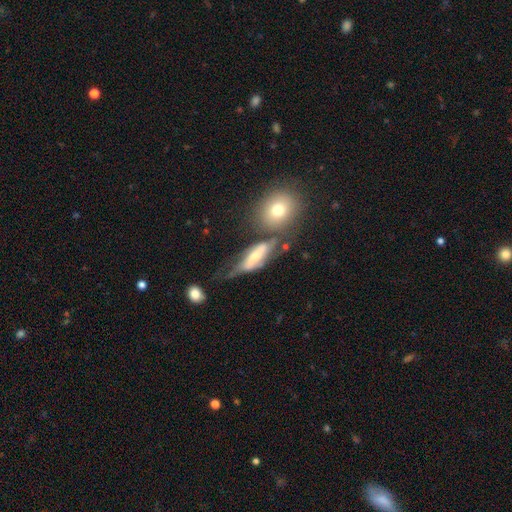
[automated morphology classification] Smooth or featured? Predicted: featured or disk (p=0.51). Edge-on disk? Predicted: no (p=0.64). Merging? Predicted: none (p=0.34).